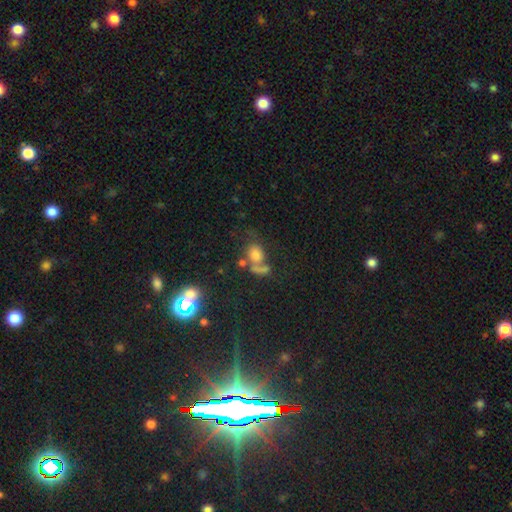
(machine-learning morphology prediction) smooth-or-featured: smooth: 58% | star or artifact: 22% | featured or disk: 20%
  how-rounded: round: 50% | in between: 47% | cigar-shaped: 3%
  merging: none: 37% | merger: 31% | major disturbance: 18% | minor disturbance: 14%